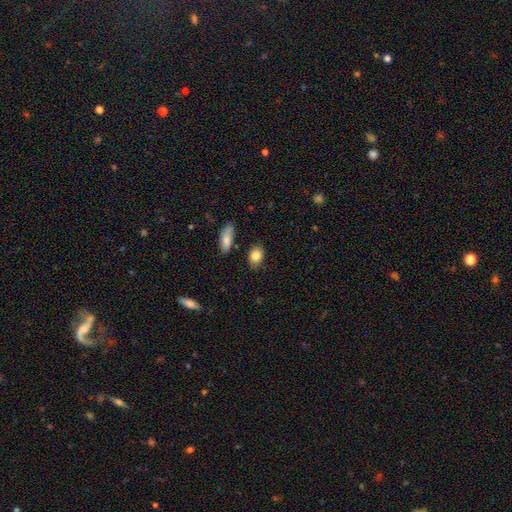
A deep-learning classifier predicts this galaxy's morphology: smooth_or_featured: smooth (p=0.85) [alt: star or artifact p=0.08]
how_rounded: in between (p=0.75) [alt: round p=0.23]
merging: none (p=0.80) [alt: minor disturbance p=0.13]